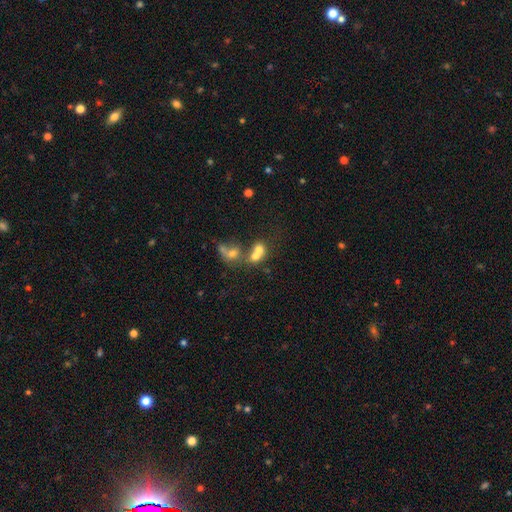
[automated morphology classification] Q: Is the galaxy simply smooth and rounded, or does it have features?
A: smooth — 64%.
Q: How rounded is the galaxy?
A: round — 64%.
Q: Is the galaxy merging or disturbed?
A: merger — 62%.